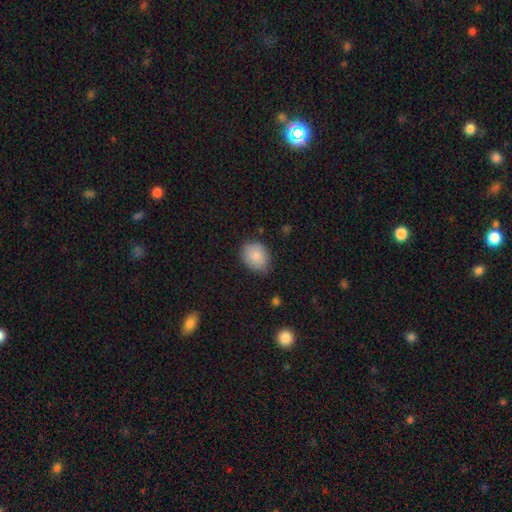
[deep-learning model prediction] This appears to be a smooth galaxy with no disk features (82%) that is in between round and cigar-shaped (50%). Merging: none (74%).